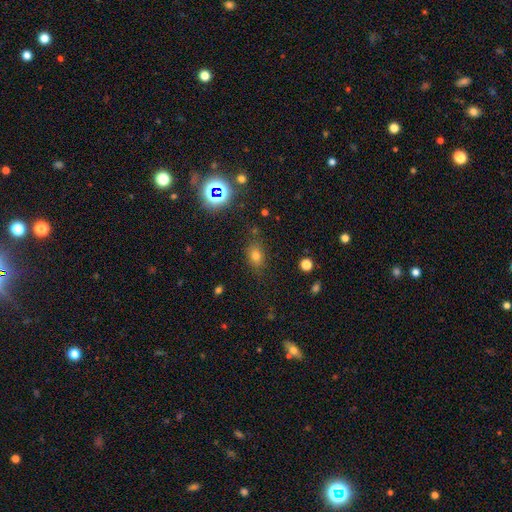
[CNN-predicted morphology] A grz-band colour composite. It shows a smooth galaxy with no disk features (68%) that is in between round and cigar-shaped (68%). Merging: none (80%).